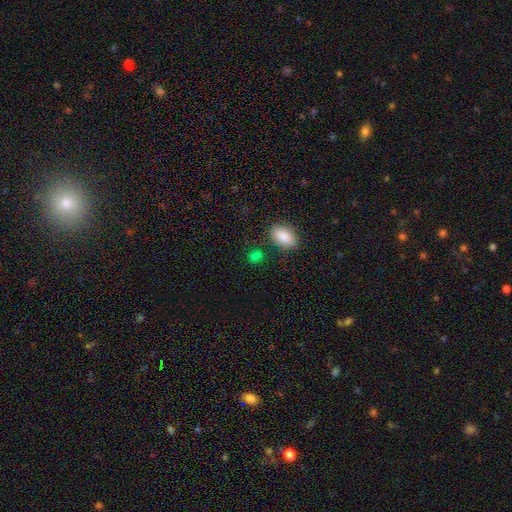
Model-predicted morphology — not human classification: This is clearly a smooth galaxy (83%). How rounded: likely in between (68%). Merging: likely none (75%).